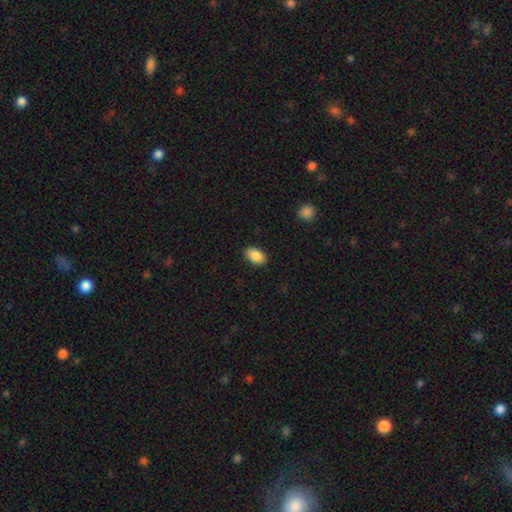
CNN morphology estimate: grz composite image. It shows a smooth galaxy with no disk features (89%) that is in between round and cigar-shaped (91%). Merging: none (88%).